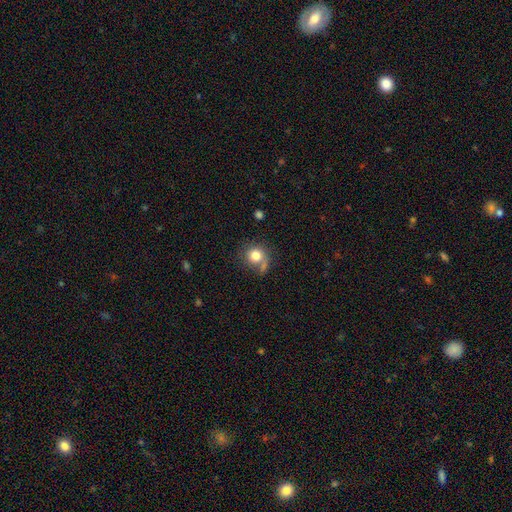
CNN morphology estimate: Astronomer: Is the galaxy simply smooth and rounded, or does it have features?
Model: smooth — 78%.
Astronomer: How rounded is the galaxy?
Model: round — 84%.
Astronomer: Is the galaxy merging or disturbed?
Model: none — 57%.